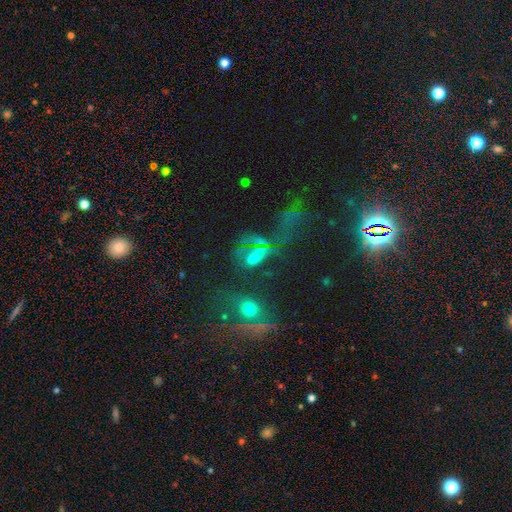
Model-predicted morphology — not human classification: Smooth or featured: smooth — 40% (star or artifact — 34%)
Merging: none — 33% (major disturbance — 26%)